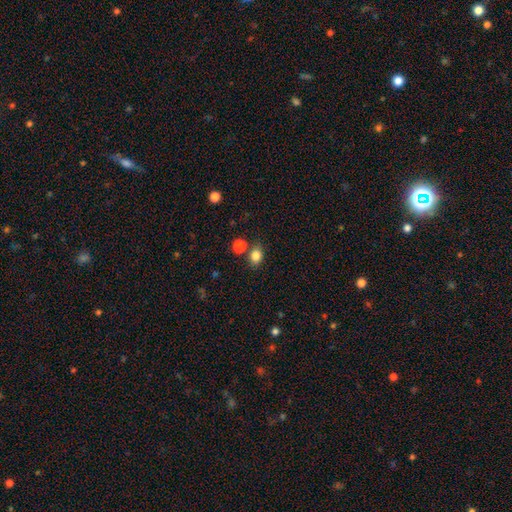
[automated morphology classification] Smooth or featured?
  - smooth: 83% *
  - star or artifact: 12%
  - featured or disk: 5%
How rounded?
  - round: 51% *
  - in between: 48%
  - cigar-shaped: 1%
Merging?
  - none: 72% *
  - merger: 13%
  - minor disturbance: 12%
  - major disturbance: 4%